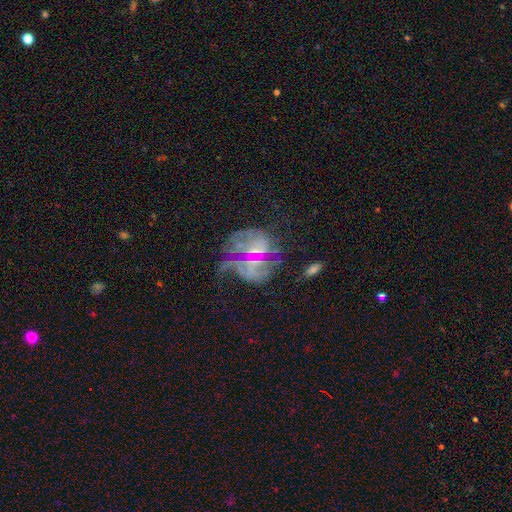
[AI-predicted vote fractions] Smooth or featured? Predicted: featured or disk (p=0.69). Edge-on disk? Predicted: no (p=0.97). Bar? Predicted: no (p=0.61). Spiral arms? Predicted: yes (p=0.72). Bulge size? Predicted: small (p=0.51). Merging? Predicted: none (p=0.36).